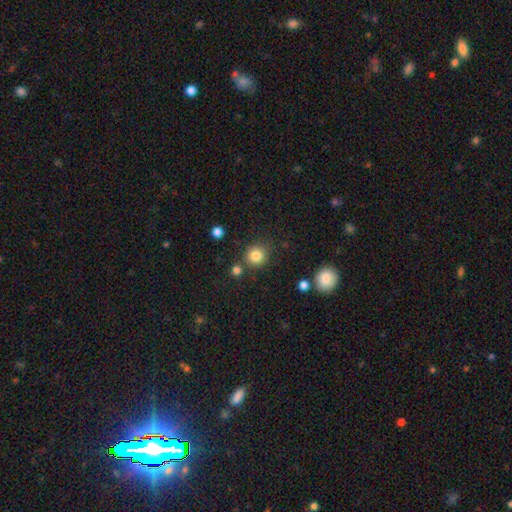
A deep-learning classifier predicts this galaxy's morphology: Smooth or featured?
  - smooth: 83% *
  - star or artifact: 12%
  - featured or disk: 5%
How rounded?
  - round: 90% *
  - in between: 9%
  - cigar-shaped: 1%
Merging?
  - none: 80% *
  - minor disturbance: 9%
  - merger: 8%
  - major disturbance: 3%